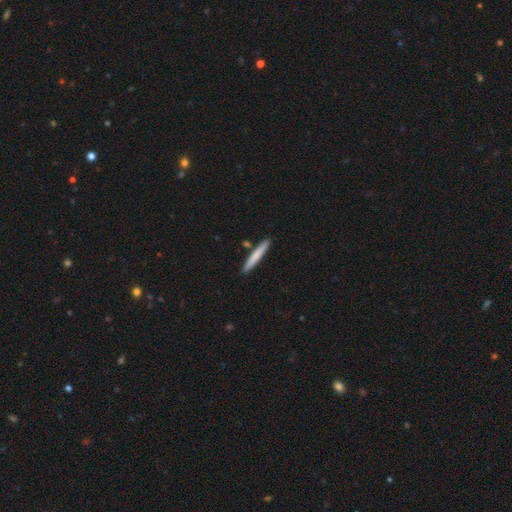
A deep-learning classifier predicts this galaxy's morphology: smooth 73%, featured or disk 22%, star or artifact 5%. Down the decision tree: how rounded — cigar-shaped (95%); merging — none (87%).